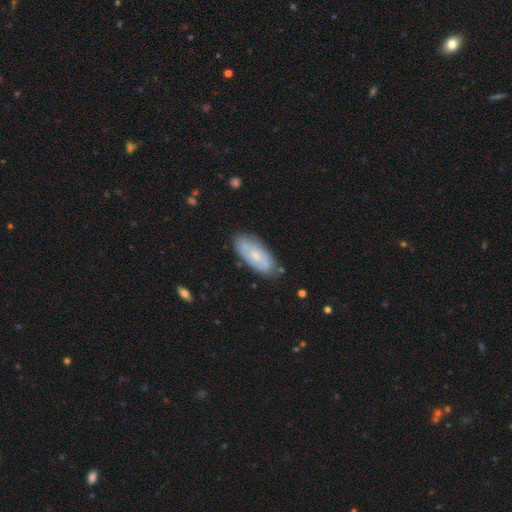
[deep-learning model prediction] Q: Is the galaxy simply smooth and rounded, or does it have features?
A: smooth — 55%.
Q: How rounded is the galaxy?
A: in between — 87%.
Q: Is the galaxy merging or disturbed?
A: none — 78%.